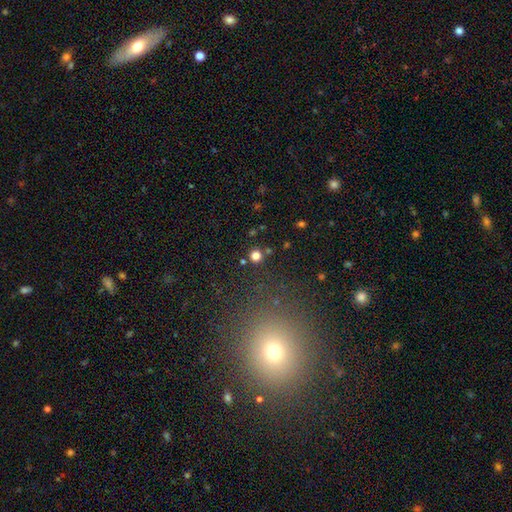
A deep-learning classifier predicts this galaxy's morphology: Q: Smooth or featured?
A: smooth (77%); runner-up: star or artifact (18%)
Q: How rounded?
A: round (95%); runner-up: in between (4%)
Q: Merging?
A: none (89%); runner-up: minor disturbance (5%)